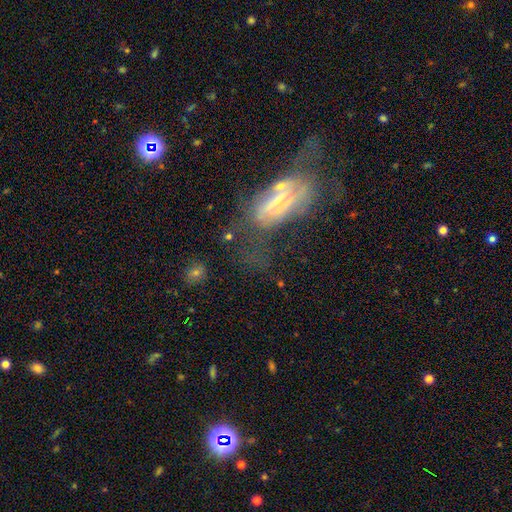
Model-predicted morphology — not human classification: Overall: featured or disk (49%; smooth 34%). Merging: major disturbance (35%; none 29%).